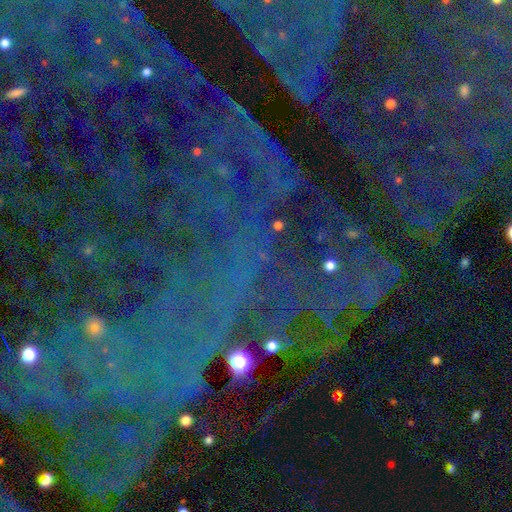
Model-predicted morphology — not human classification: This is clearly a star or artifact rather than a galaxy (85%).